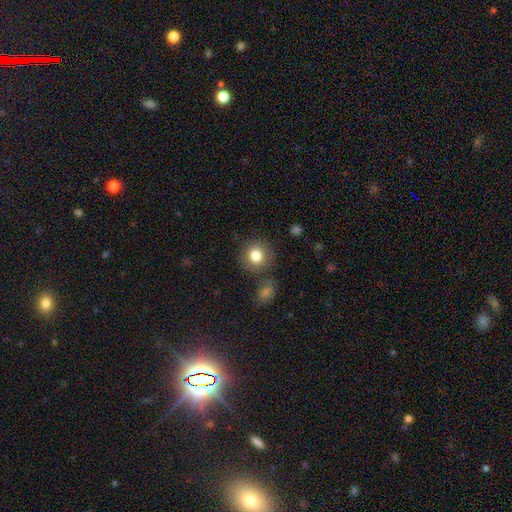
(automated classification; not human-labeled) Smooth or featured: smooth — 82% (star or artifact — 10%)
How rounded: round — 90% (in between — 9%)
Merging: none — 81% (minor disturbance — 10%)